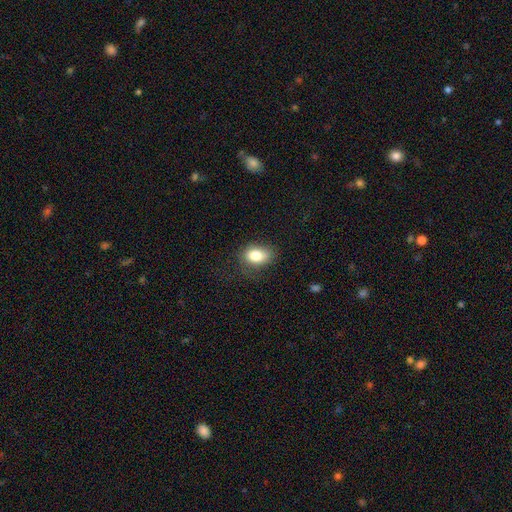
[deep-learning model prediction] Q: Smooth or featured?
A: smooth (82%); runner-up: featured or disk (9%)
Q: How rounded?
A: in between (78%); runner-up: round (20%)
Q: Merging?
A: none (70%); runner-up: minor disturbance (21%)